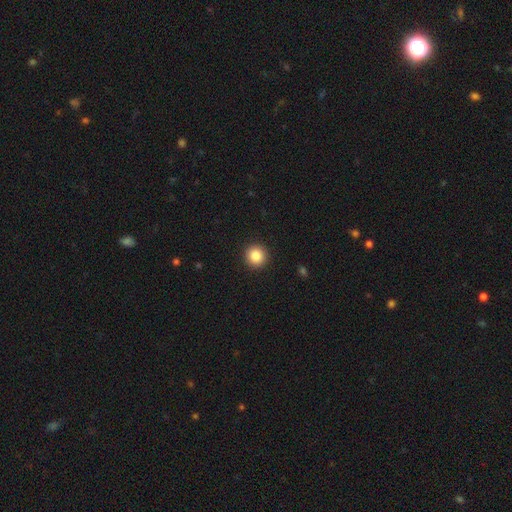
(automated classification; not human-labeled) A smooth galaxy with no disk features (86%) that is round (95%).

Vote fractions:
- Smooth or featured? smooth: 86% / star or artifact: 9% / featured or disk: 5%
- How rounded? round: 95% / in between: 4% / cigar-shaped: 1%
- Merging? none: 93% / minor disturbance: 4% / major disturbance: 2% / merger: 1%